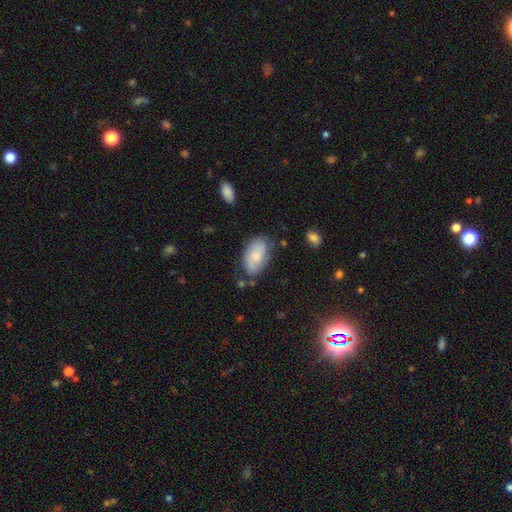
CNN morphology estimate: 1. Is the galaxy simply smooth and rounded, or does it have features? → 69% smooth, 24% featured or disk, 7% star or artifact.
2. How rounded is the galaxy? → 93% in between, 5% round, 2% cigar-shaped.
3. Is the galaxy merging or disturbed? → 65% none, 24% minor disturbance, 7% major disturbance, 4% merger.